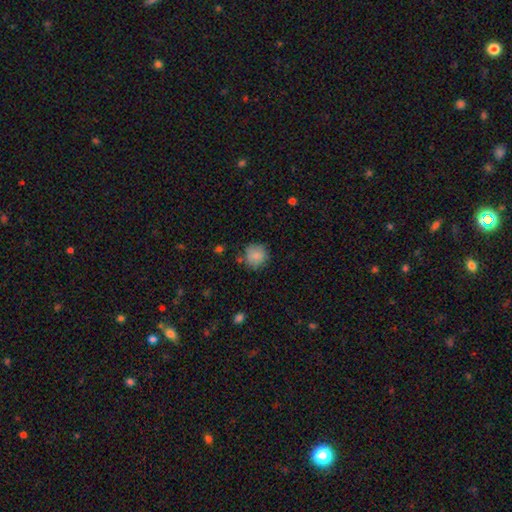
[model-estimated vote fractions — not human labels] smooth_or_featured: smooth (p=0.84) [alt: star or artifact p=0.08]
how_rounded: round (p=0.90) [alt: in between p=0.10]
merging: none (p=0.78) [alt: minor disturbance p=0.15]